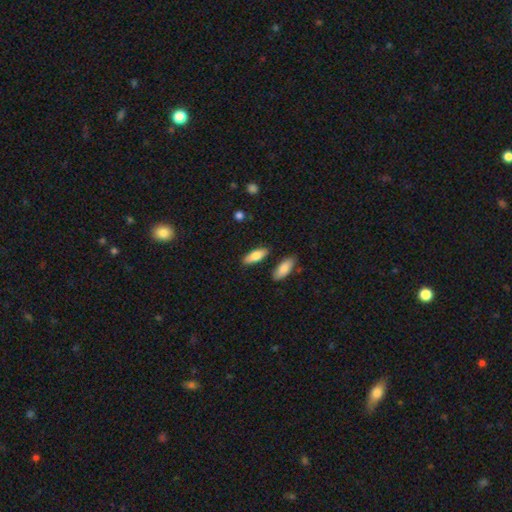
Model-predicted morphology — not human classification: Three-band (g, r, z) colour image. It shows a smooth galaxy with no disk features (80%) that is in between round and cigar-shaped (72%). Merging: none (82%).